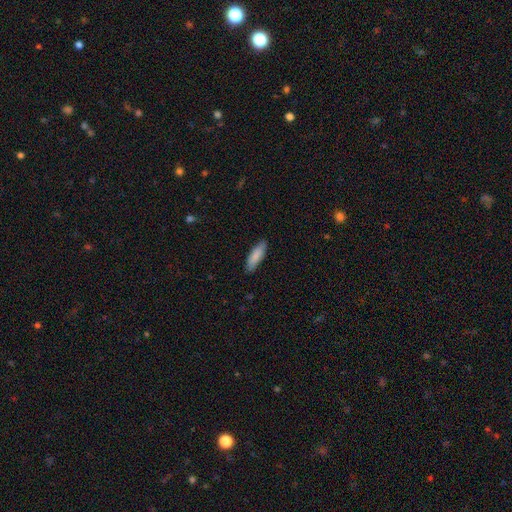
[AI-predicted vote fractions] Morphology: type=smooth (86%); roundness=cigar-shaped (55%); merging=none (86%).